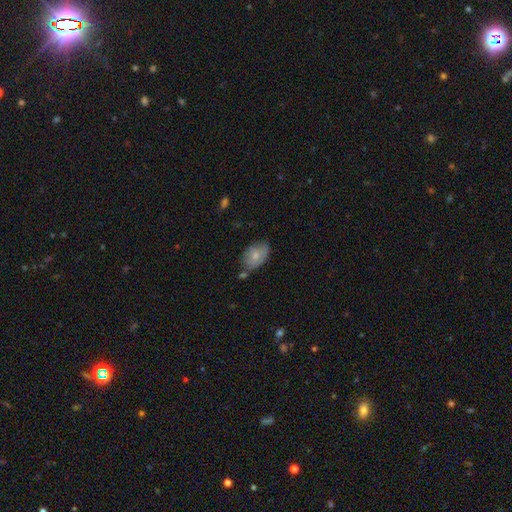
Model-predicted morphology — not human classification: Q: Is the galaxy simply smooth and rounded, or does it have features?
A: smooth — 71%.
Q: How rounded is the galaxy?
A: in between — 87%.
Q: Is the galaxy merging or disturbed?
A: none — 52%.